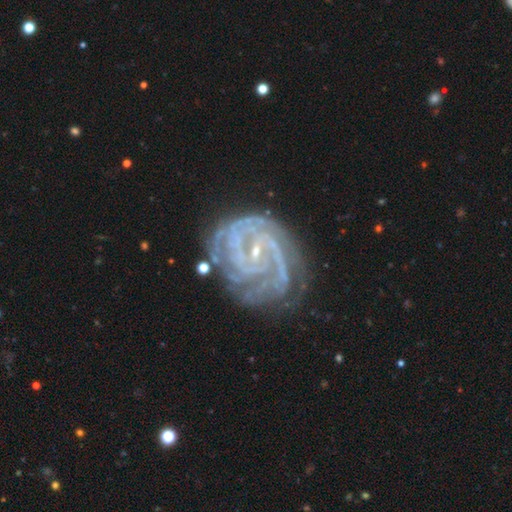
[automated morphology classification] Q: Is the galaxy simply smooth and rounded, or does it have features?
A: featured or disk — 89%.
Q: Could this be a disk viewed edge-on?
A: no — 98%.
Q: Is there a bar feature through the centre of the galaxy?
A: weak — 41%.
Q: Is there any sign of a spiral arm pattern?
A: yes — 98%.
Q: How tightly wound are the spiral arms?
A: tight — 70%.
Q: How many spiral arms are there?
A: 2 — 25%, tied with 3.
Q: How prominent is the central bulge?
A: small — 83%.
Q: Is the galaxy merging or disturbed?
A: none — 65%.